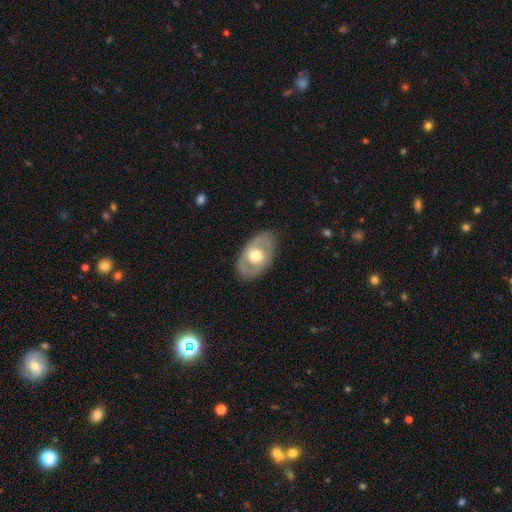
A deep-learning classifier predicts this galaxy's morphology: Smooth or featured? featured or disk (61%)
Edge-on disk? no (91%)
Bar? no (68%)
Spiral arms? no (62%)
Bulge size? moderate (64%)
Merging? none (82%)